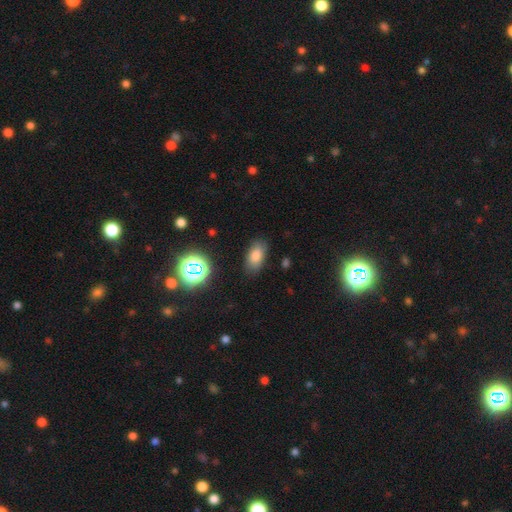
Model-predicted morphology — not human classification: A smooth galaxy with no disk features (79%) that is in between round and cigar-shaped (91%).

Vote fractions:
- Smooth or featured? smooth: 79% / star or artifact: 12% / featured or disk: 9%
- How rounded? in between: 91% / round: 6% / cigar-shaped: 3%
- Merging? none: 82% / minor disturbance: 13% / major disturbance: 3% / merger: 2%